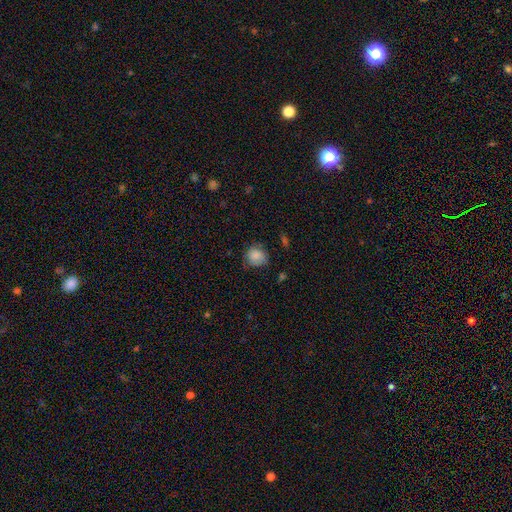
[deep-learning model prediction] Morphology: type=smooth (84%); roundness=round (79%); merging=none (65%).